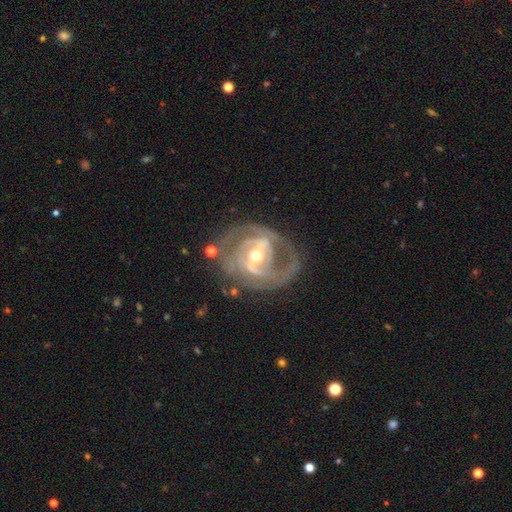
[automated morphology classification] Q: Smooth or featured?
A: featured or disk (89%); runner-up: smooth (6%)
Q: Edge-on disk?
A: no (97%); runner-up: yes (3%)
Q: Bar?
A: strong (44%); runner-up: weak (39%)
Q: Spiral arms?
A: yes (93%); runner-up: no (7%)
Q: Spiral winding?
A: tight (46%); runner-up: medium (43%)
Q: Spiral arm count?
A: 2 (54%); runner-up: 3 (18%)
Q: Bulge size?
A: moderate (63%); runner-up: small (31%)
Q: Merging?
A: none (65%); runner-up: minor disturbance (18%)